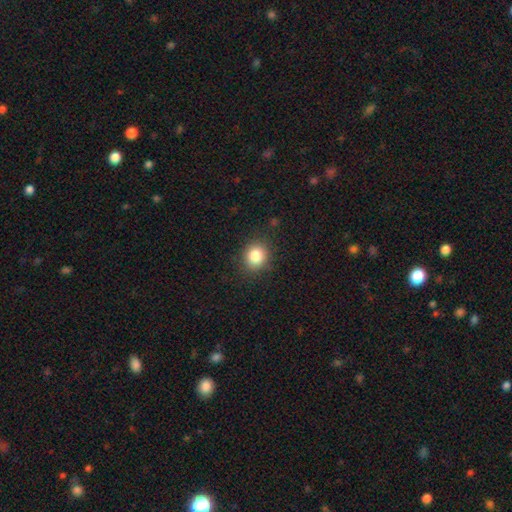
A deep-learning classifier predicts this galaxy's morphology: This appears to be a smooth galaxy with no disk features (84%) that is round (77%). Merging: none (86%).